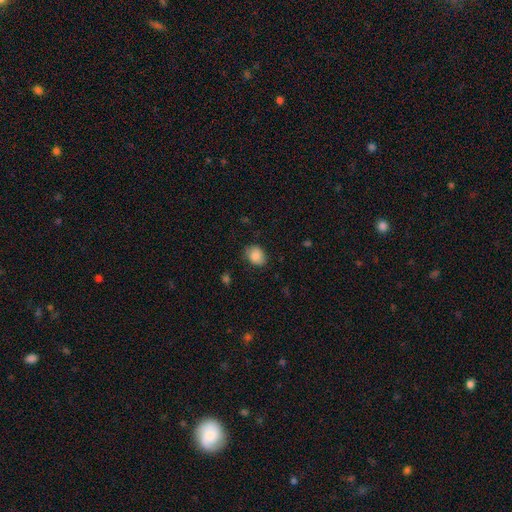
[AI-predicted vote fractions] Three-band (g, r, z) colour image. It shows a smooth galaxy with no disk features (86%) that is in between round and cigar-shaped (57%). Merging: none (72%).